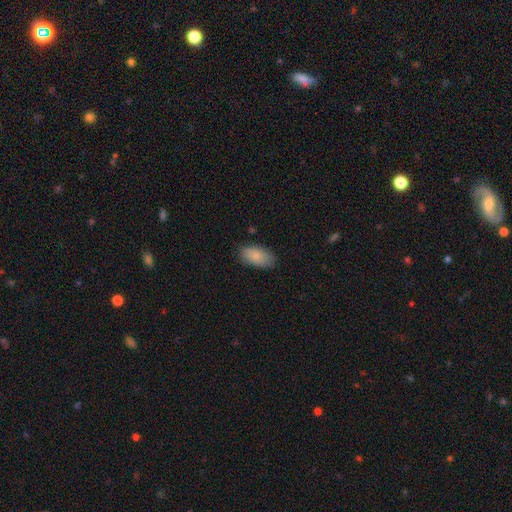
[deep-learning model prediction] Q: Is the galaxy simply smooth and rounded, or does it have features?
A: smooth — 86%.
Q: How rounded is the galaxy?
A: in between — 94%.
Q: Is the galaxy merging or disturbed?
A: none — 83%.